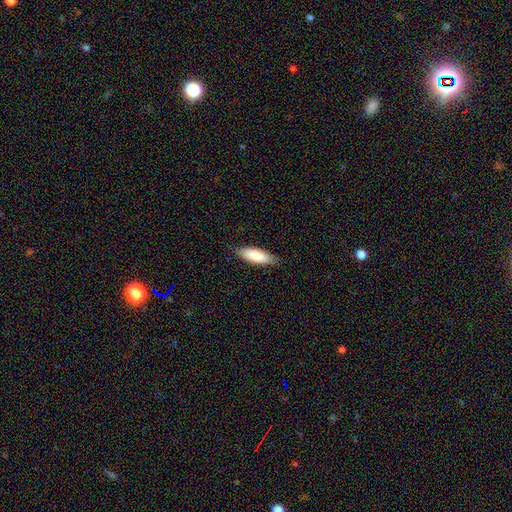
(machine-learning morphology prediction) The model was most divided on "how rounded": in between: 55%, cigar-shaped: 43%, round: 2%. More confident: smooth or featured — smooth (84%); merging — none (82%).